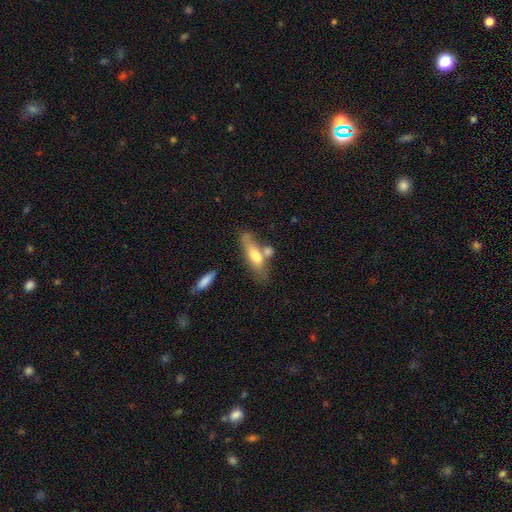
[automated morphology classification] This appears to be a smooth galaxy with no disk features (63%) that is cigar-shaped (50%). Merging: none (43%).